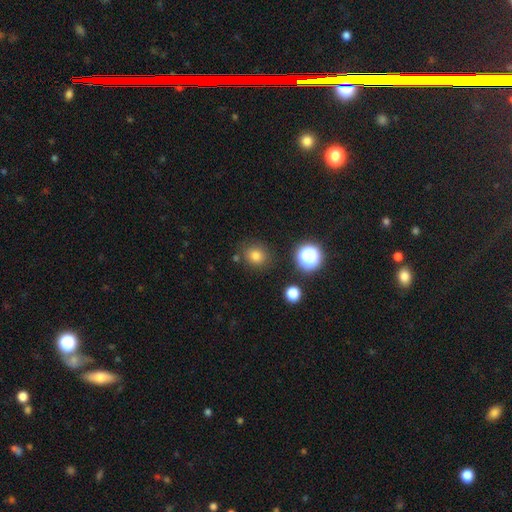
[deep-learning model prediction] Morphology: type=smooth (77%); roundness=round (80%); merging=none (83%).